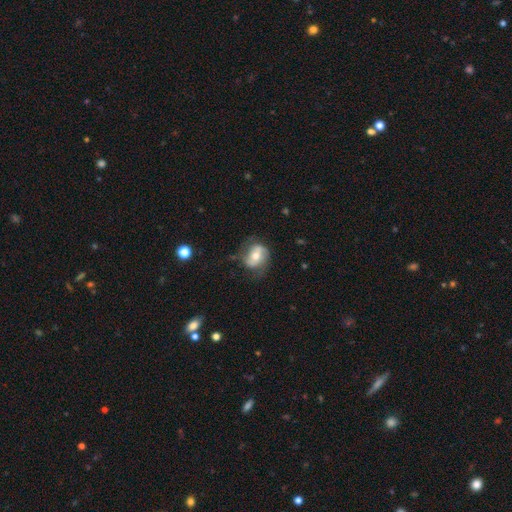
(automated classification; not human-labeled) A featured or disk galaxy (59%) with no bar (47%), spiral arms (79%) and a moderate central bulge (66%).

Vote fractions:
- Smooth or featured? featured or disk: 59% / smooth: 33% / star or artifact: 8%
- Edge-on disk? no: 96% / yes: 4%
- Bar? no: 47% / weak: 33% / strong: 20%
- Spiral arms? yes: 79% / no: 21%
- Bulge size? moderate: 66% / small: 27% / large: 5% / none: 1% / dominant: 1%
- Merging? none: 62% / minor disturbance: 23% / major disturbance: 13% / merger: 2%